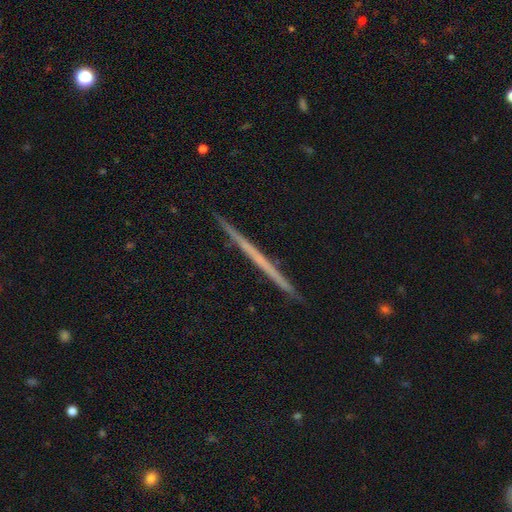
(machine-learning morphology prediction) Smooth or featured: featured or disk — 62% (smooth — 31%)
Edge-on disk: yes — 98% (no — 2%)
Edge-on bulge: none — 92% (rounded — 6%)
Merging: none — 93% (minor disturbance — 5%)